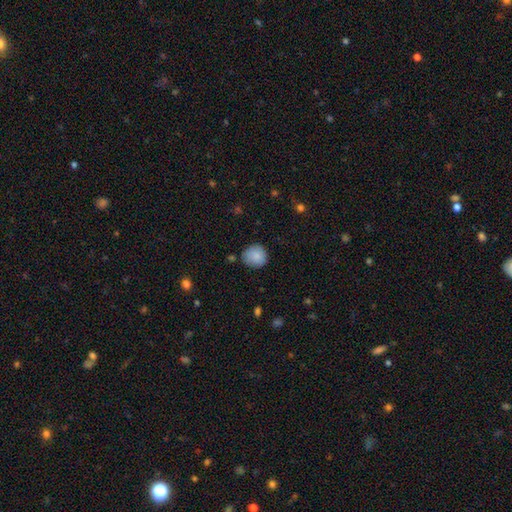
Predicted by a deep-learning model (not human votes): A smooth galaxy with no disk features (86%) that is round (90%). Merging: none (80%).